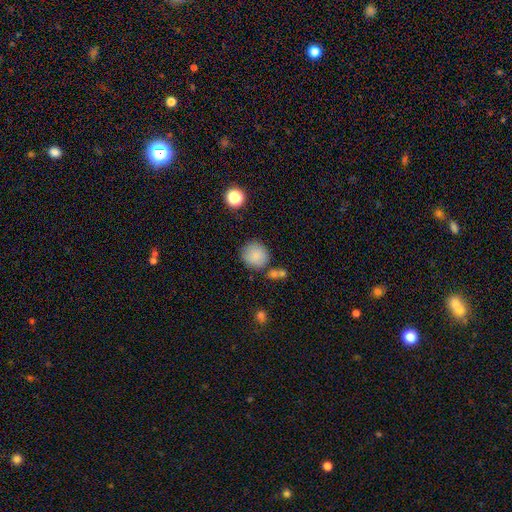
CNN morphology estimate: The model was most divided on "merging": none: 76%, minor disturbance: 12%, merger: 9%, major disturbance: 4%. More confident: how rounded — round (90%); smooth or featured — smooth (85%).